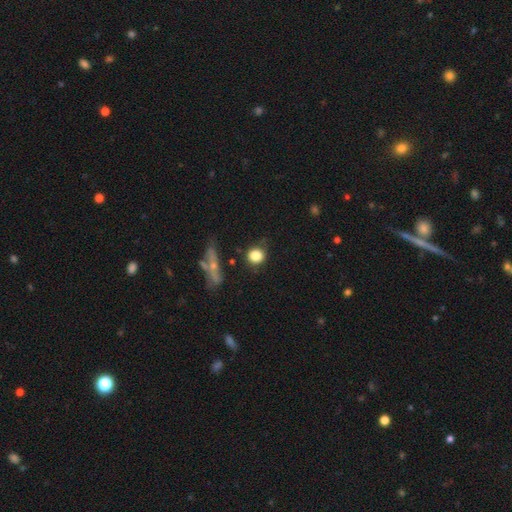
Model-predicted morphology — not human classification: Smooth or featured: smooth — 82% (star or artifact — 10%)
How rounded: round — 83% (in between — 15%)
Merging: none — 69% (minor disturbance — 19%)